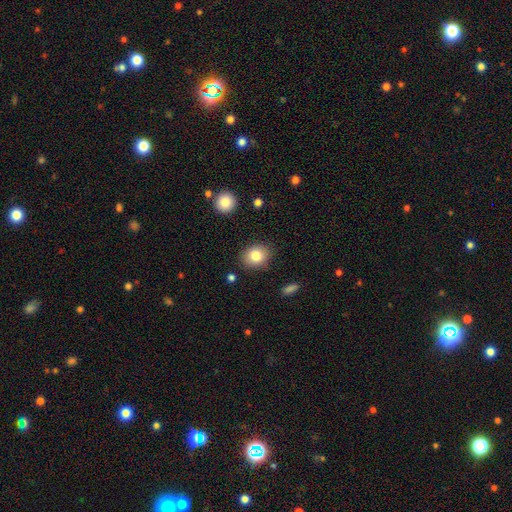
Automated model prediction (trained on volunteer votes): This is clearly a smooth galaxy (81%). How rounded: possibly round (56%). Merging: clearly none (86%).